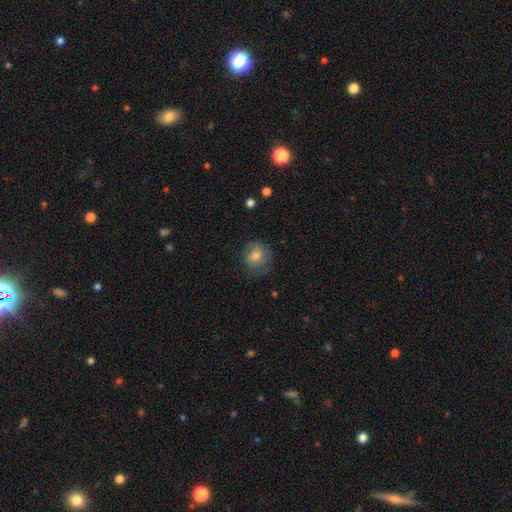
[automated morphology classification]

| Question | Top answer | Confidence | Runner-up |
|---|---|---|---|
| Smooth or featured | smooth | 60% | featured or disk (30%) |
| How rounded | round | 74% | in between (25%) |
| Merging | none | 66% | minor disturbance (22%) |